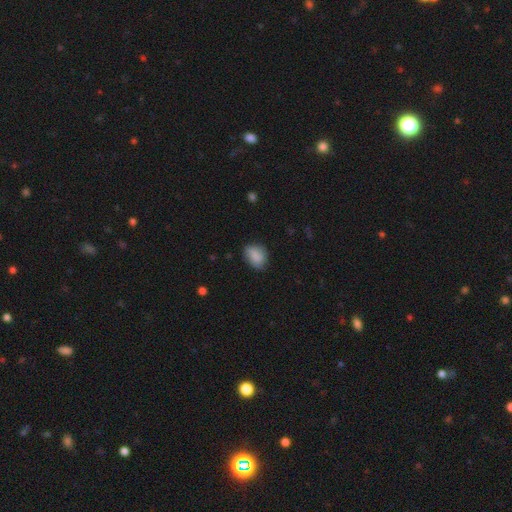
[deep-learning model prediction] smooth_or_featured: smooth (p=0.81) [alt: featured or disk p=0.11]
how_rounded: in between (p=0.66) [alt: round p=0.33]
merging: none (p=0.68) [alt: minor disturbance p=0.25]